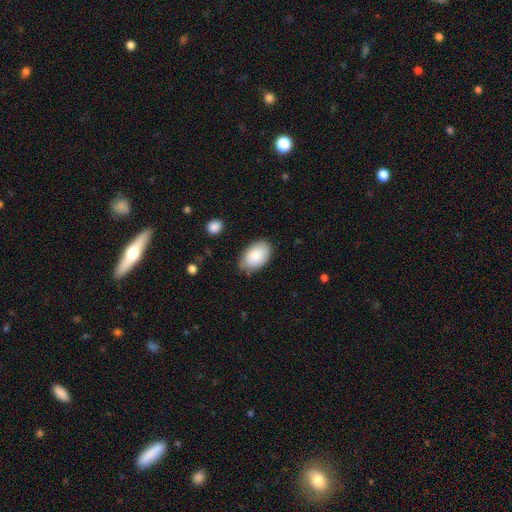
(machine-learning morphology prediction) Smooth or featured? Predicted: smooth (p=0.85). How rounded? Predicted: in between (p=0.92). Merging? Predicted: none (p=0.76).